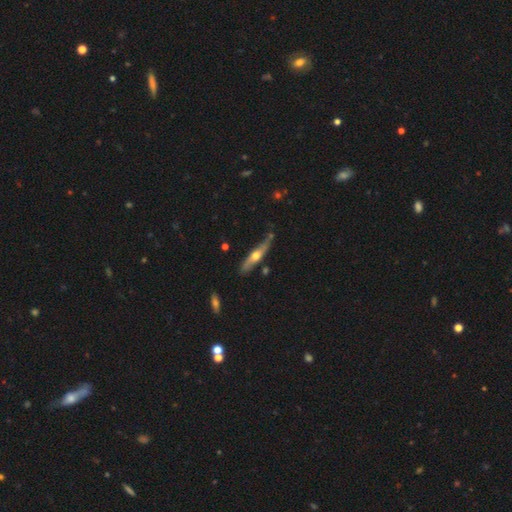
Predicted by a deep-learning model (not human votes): smooth-or-featured: featured or disk: 58% | smooth: 36% | star or artifact: 6%
  disk-edge-on: yes: 80% | no: 20%
  merging: none: 65% | minor disturbance: 25% | major disturbance: 5% | merger: 5%